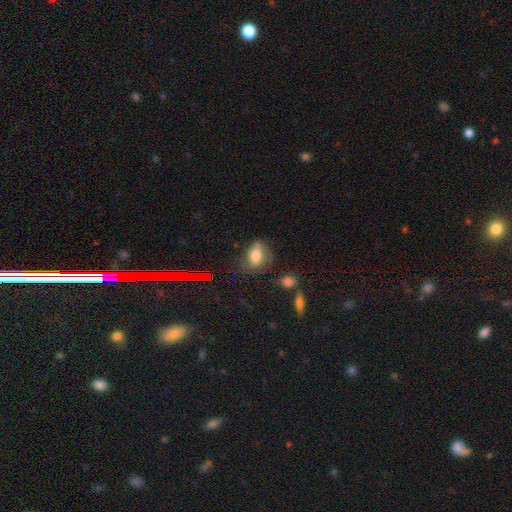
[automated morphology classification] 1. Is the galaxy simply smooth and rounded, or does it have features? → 65% smooth, 23% featured or disk, 12% star or artifact.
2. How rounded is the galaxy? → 75% in between, 23% round, 2% cigar-shaped.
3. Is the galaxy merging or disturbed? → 50% none, 29% minor disturbance, 17% major disturbance, 4% merger.